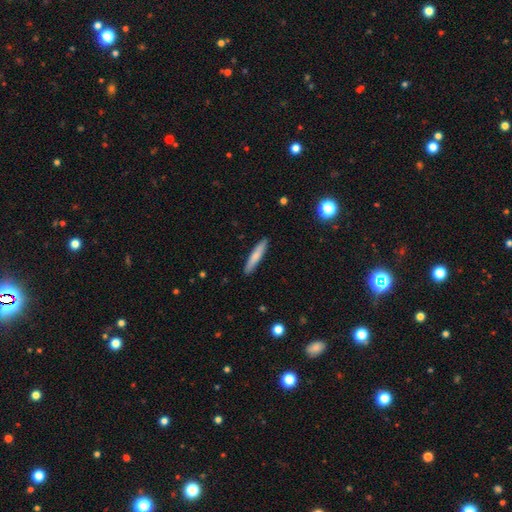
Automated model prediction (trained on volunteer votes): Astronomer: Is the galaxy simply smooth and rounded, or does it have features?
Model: smooth — 74%.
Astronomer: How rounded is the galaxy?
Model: cigar-shaped — 92%.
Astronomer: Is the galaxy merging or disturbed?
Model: none — 91%.